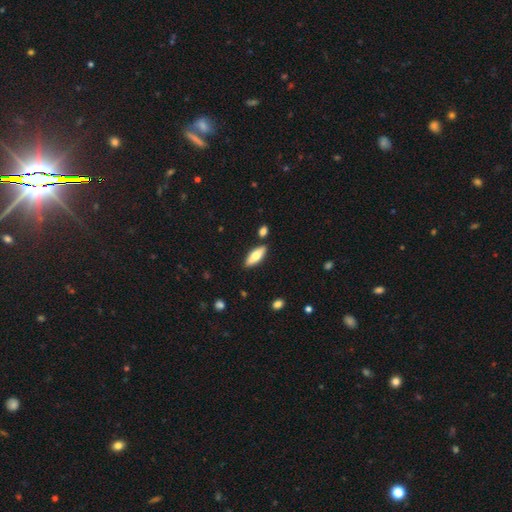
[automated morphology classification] Smooth or featured? Predicted: smooth (p=0.70). How rounded? Predicted: in between (p=0.66). Merging? Predicted: none (p=0.85).